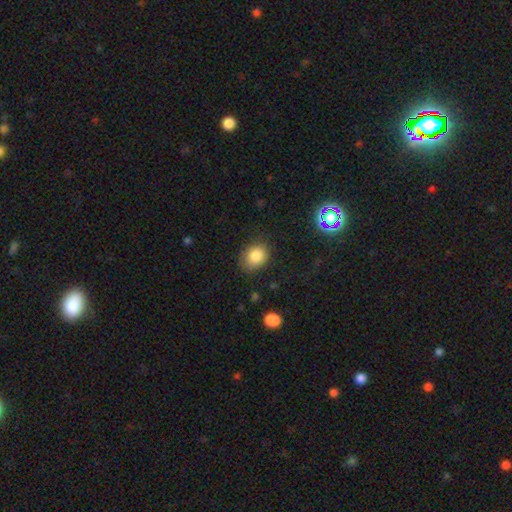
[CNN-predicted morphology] Q: Smooth or featured?
A: smooth (84%); runner-up: star or artifact (10%)
Q: How rounded?
A: in between (53%); runner-up: round (46%)
Q: Merging?
A: none (77%); runner-up: minor disturbance (17%)